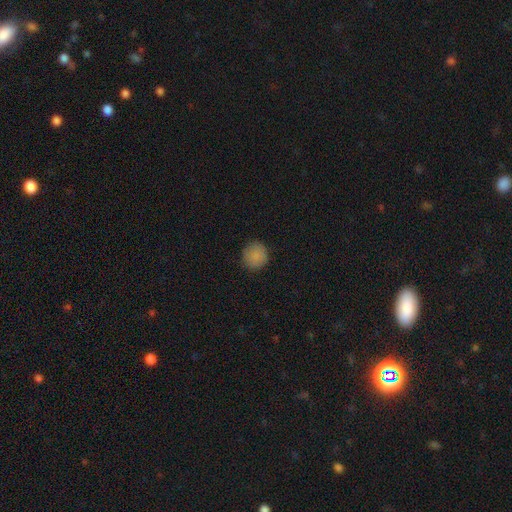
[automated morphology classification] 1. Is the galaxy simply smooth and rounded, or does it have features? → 86% smooth, 9% star or artifact, 5% featured or disk.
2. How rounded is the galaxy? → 91% round, 8% in between, 1% cigar-shaped.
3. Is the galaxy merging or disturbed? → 87% none, 10% minor disturbance, 2% major disturbance, 1% merger.